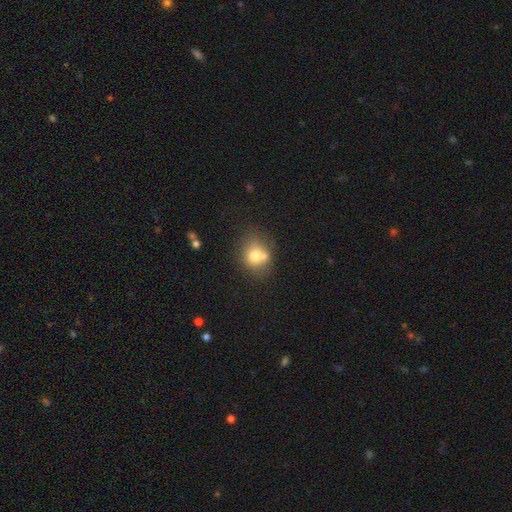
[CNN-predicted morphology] The model was most divided on "merging": none: 46%, merger: 31%, minor disturbance: 17%, major disturbance: 7%. More confident: smooth or featured — smooth (71%); how rounded — round (63%).